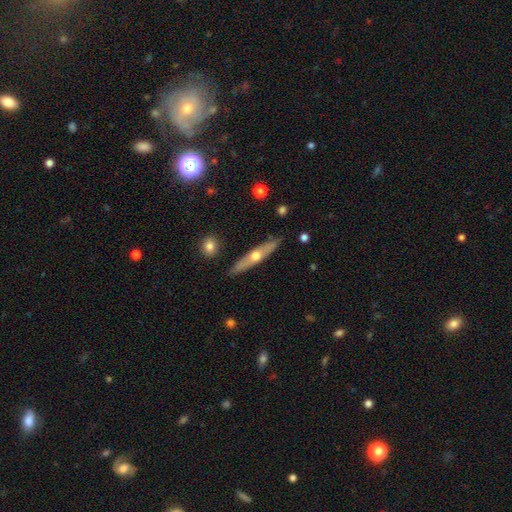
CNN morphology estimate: featured or disk 56%, smooth 38%, star or artifact 6%. Down the decision tree: edge-on disk — yes (85%); merging — none (85%).